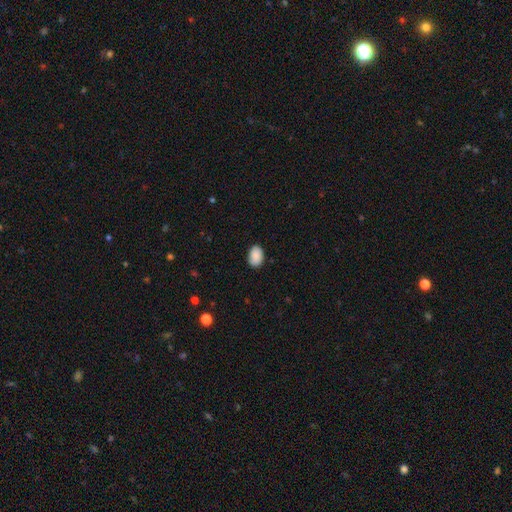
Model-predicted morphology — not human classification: type=smooth (90%); roundness=in between (86%); merging=none (86%).